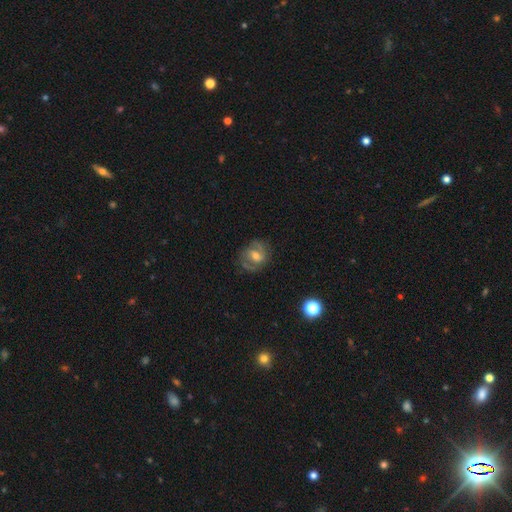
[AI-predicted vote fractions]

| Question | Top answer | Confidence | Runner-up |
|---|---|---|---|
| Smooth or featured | featured or disk | 66% | smooth (26%) |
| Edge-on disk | no | 97% | yes (3%) |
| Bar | weak | 48% | no (33%) |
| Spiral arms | yes | 83% | no (17%) |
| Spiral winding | medium | 49% | tight (32%) |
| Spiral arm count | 2 | 75% | can't tell (13%) |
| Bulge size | moderate | 63% | small (28%) |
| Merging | none | 71% | minor disturbance (18%) |